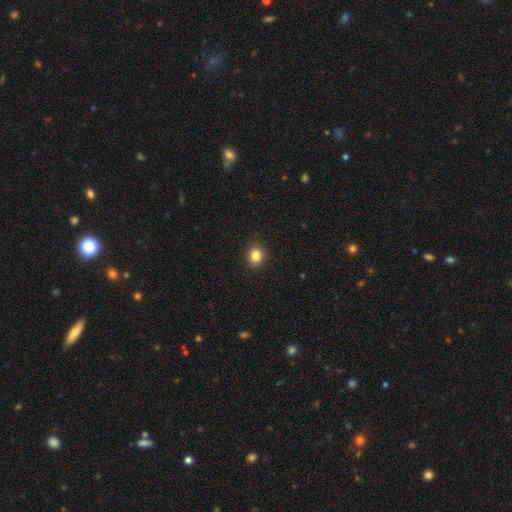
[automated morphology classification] Smooth or featured?
  - smooth: 83% *
  - star or artifact: 11%
  - featured or disk: 6%
How rounded?
  - round: 67% *
  - in between: 32%
  - cigar-shaped: 1%
Merging?
  - none: 90% *
  - minor disturbance: 7%
  - major disturbance: 2%
  - merger: 1%